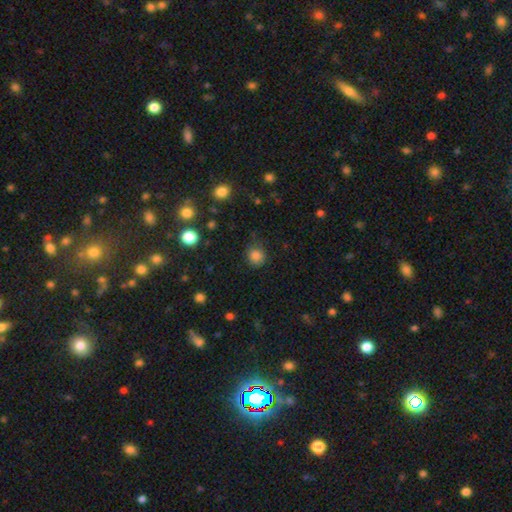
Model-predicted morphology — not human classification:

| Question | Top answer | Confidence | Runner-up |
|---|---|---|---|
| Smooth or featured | smooth | 83% | star or artifact (12%) |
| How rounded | round | 86% | in between (13%) |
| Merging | none | 81% | minor disturbance (14%) |